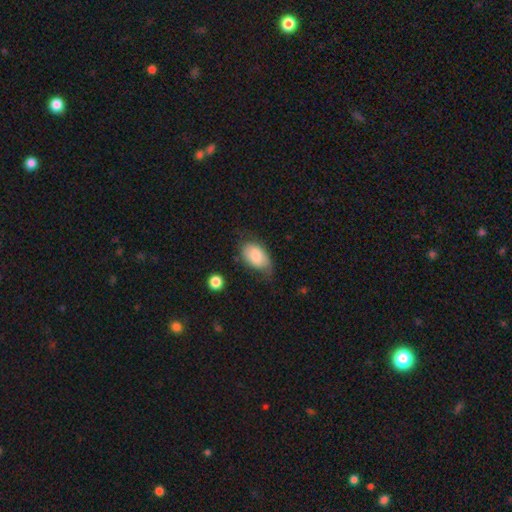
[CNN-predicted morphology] smooth 74%, featured or disk 19%, star or artifact 7%. Down the decision tree: how rounded — in between (92%); merging — none (46%).